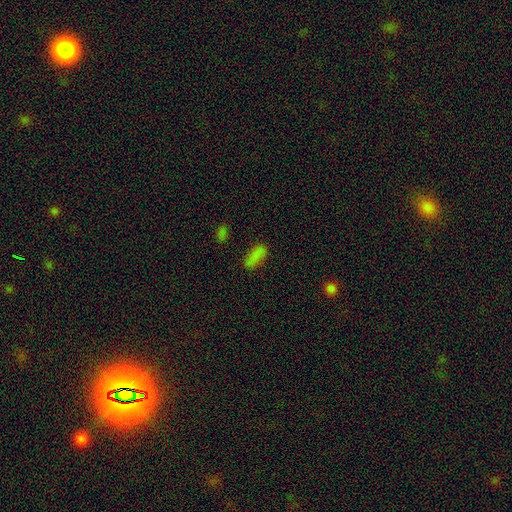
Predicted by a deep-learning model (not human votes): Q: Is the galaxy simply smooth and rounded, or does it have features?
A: smooth — 80%.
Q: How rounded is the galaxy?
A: in between — 88%.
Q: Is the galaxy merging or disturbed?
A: none — 79%.